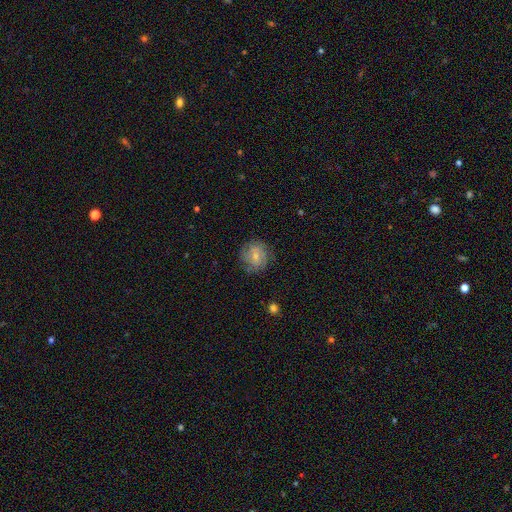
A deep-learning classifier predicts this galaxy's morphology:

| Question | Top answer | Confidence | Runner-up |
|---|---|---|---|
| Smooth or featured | smooth | 49% | featured or disk (42%) |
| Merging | none | 74% | minor disturbance (17%) |